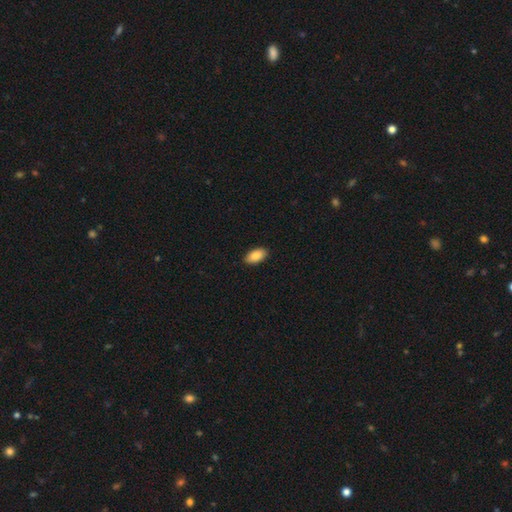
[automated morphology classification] Smooth or featured: smooth — 89% (star or artifact — 6%)
How rounded: in between — 95% (round — 3%)
Merging: none — 89% (minor disturbance — 8%)